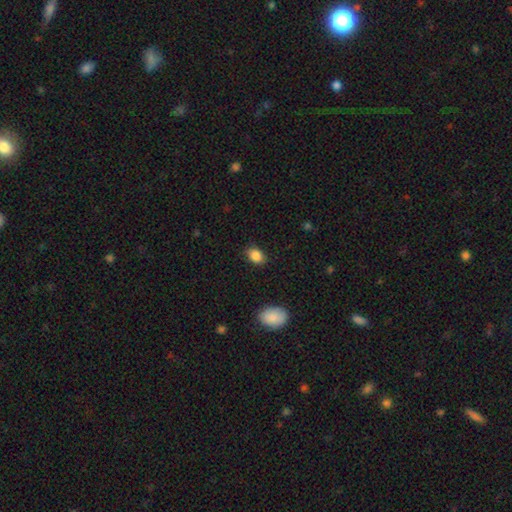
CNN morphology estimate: This is clearly a smooth galaxy (87%). How rounded: likely in between (75%). Merging: clearly none (84%).